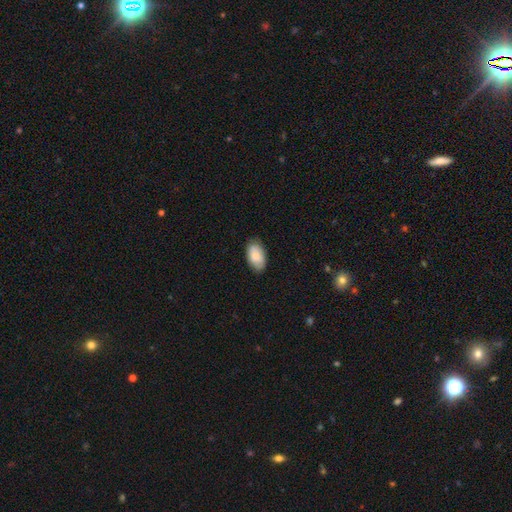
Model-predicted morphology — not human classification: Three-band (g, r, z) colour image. It shows a smooth galaxy with no disk features (76%) that is in between round and cigar-shaped (93%). Merging: none (81%).